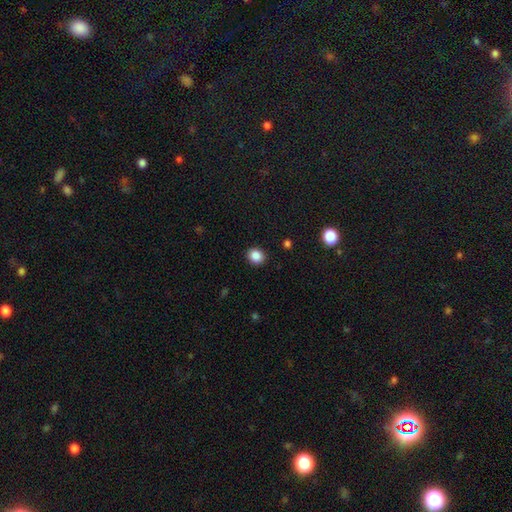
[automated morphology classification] Smooth or featured? Predicted: smooth (p=0.87). How rounded? Predicted: round (p=0.72). Merging? Predicted: none (p=0.91).